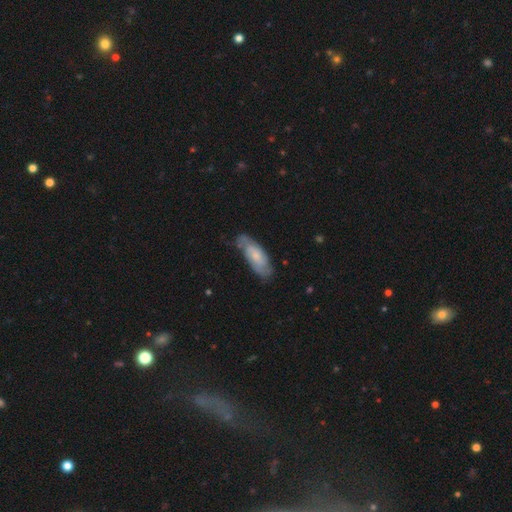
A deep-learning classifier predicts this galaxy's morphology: Overall: featured or disk (56%; smooth 38%). Edge-on disk: no (86%). Merging: none (68%).